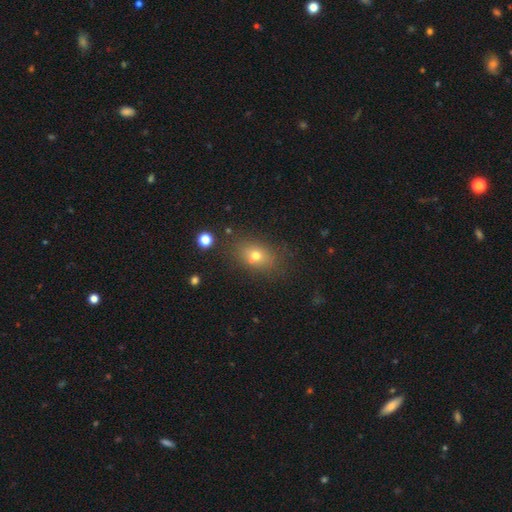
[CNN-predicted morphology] A smooth galaxy with no disk features (69%) that is in between round and cigar-shaped (67%).

Vote fractions:
- Smooth or featured? smooth: 69% / star or artifact: 16% / featured or disk: 15%
- How rounded? in between: 67% / round: 30% / cigar-shaped: 3%
- Merging? none: 77% / minor disturbance: 13% / merger: 5% / major disturbance: 5%